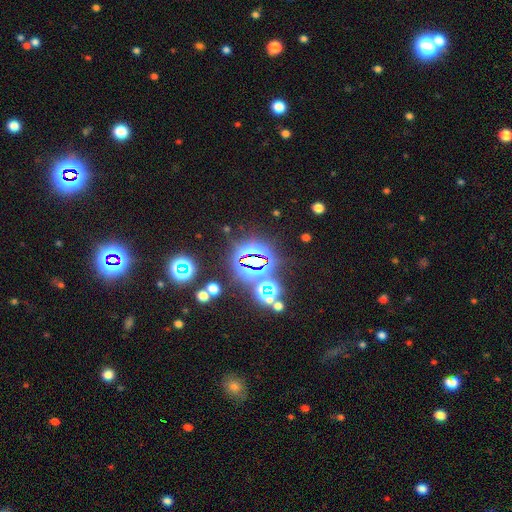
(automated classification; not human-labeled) Smooth or featured? Predicted: star or artifact (p=0.77).